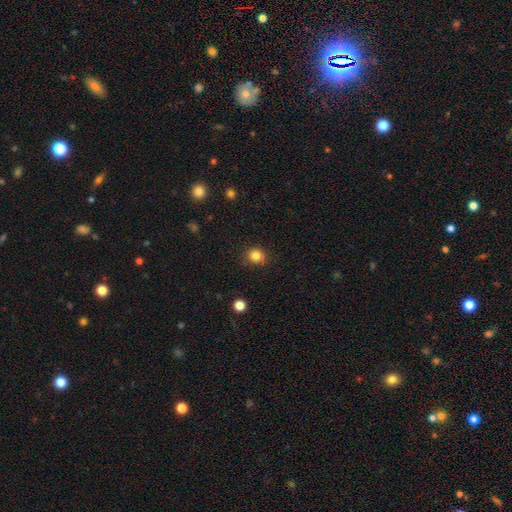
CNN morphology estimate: A smooth galaxy with no disk features (84%) that is round (83%).

Vote fractions:
- Smooth or featured? smooth: 84% / star or artifact: 12% / featured or disk: 4%
- How rounded? round: 83% / in between: 17% / cigar-shaped: 1%
- Merging? none: 84% / minor disturbance: 11% / major disturbance: 3% / merger: 2%